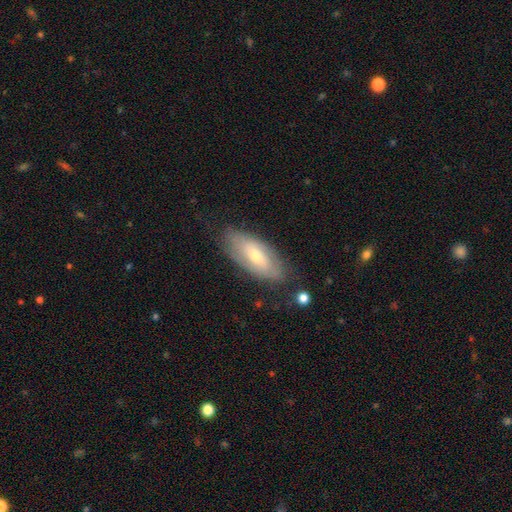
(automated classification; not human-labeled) This is possibly a featured or disk galaxy (49%). Merging: likely none (74%).